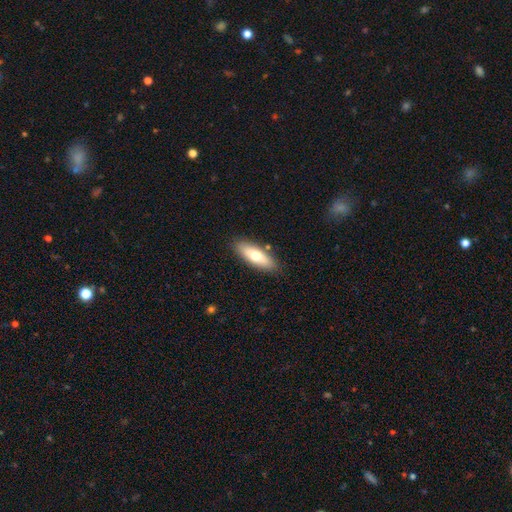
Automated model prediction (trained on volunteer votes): Smooth or featured?
  - smooth: 64% *
  - featured or disk: 30%
  - star or artifact: 6%
How rounded?
  - in between: 65% *
  - cigar-shaped: 32%
  - round: 2%
Merging?
  - none: 86% *
  - minor disturbance: 10%
  - merger: 2%
  - major disturbance: 2%